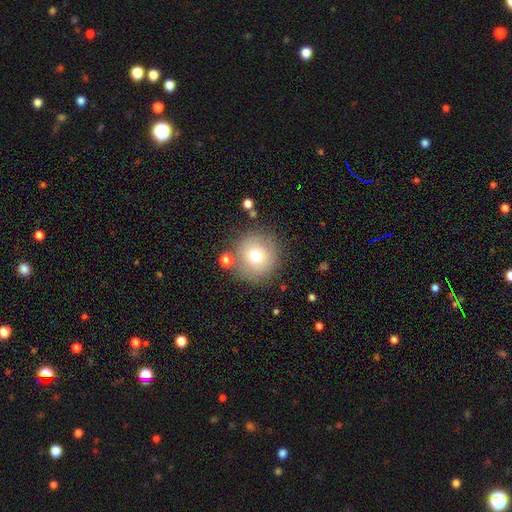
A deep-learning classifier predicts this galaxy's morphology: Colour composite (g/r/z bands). It shows a smooth galaxy with no disk features (72%) that is round (95%). Merging: none (81%).